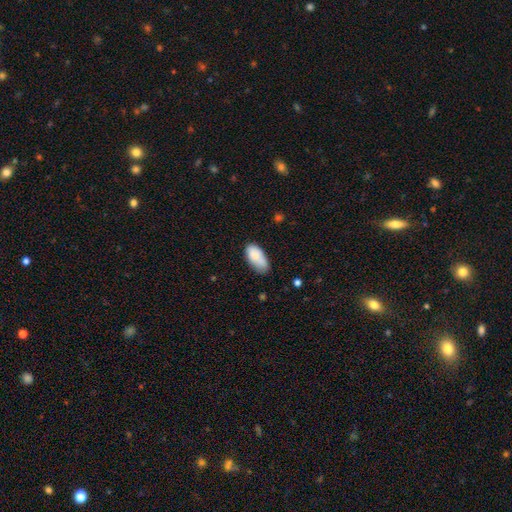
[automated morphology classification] Smooth or featured? smooth (81%)
How rounded? in between (93%)
Merging? none (58%)